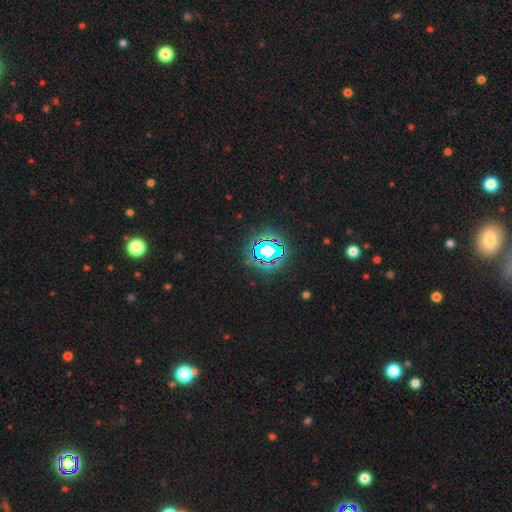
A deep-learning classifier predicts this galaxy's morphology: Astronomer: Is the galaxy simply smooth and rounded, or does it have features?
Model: star or artifact — 83%.